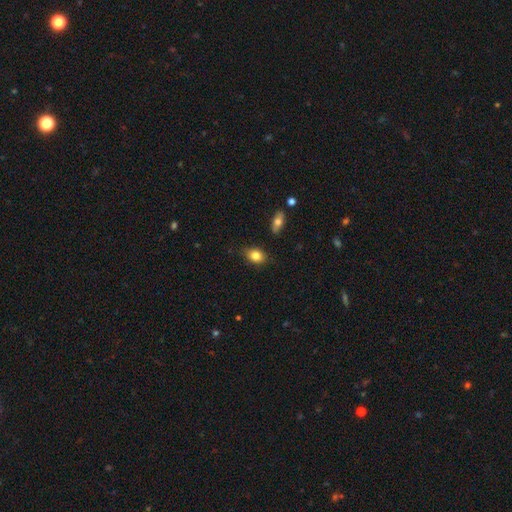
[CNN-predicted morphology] type=smooth (82%); roundness=in between (74%); merging=none (80%).